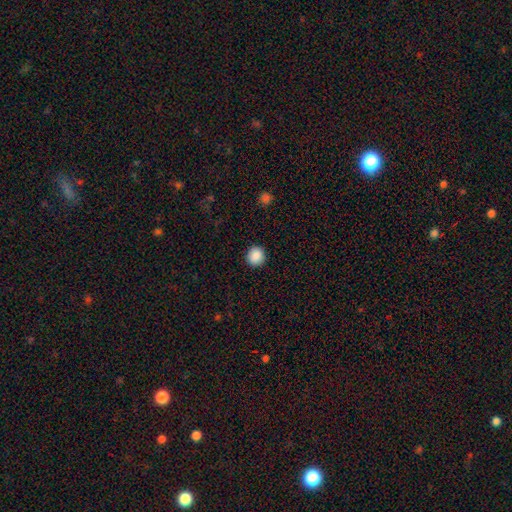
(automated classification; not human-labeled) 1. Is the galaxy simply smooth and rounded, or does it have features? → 88% smooth, 9% star or artifact, 3% featured or disk.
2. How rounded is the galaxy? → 91% round, 8% in between, 1% cigar-shaped.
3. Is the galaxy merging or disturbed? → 92% none, 5% minor disturbance, 2% major disturbance, 1% merger.